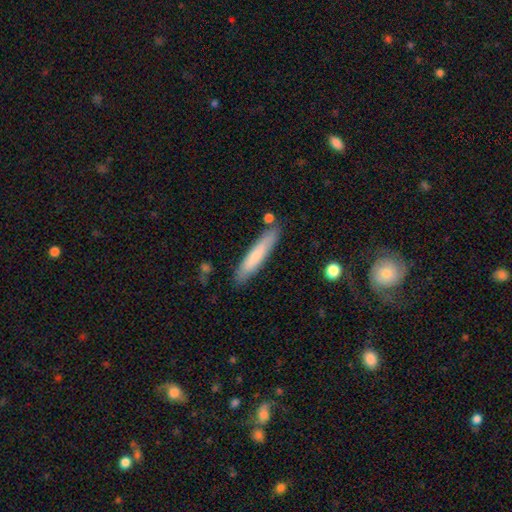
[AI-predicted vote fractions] smooth 72%, featured or disk 23%, star or artifact 6%. Down the decision tree: how rounded — cigar-shaped (88%); merging — none (81%).